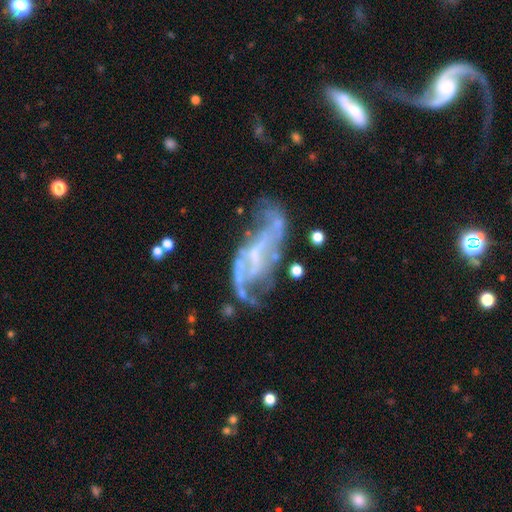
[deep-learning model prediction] This appears to be a featured or disk galaxy (79%) with no bar (38%), spiral arms (70%) and a small central bulge (53%). Merging: none (39%).